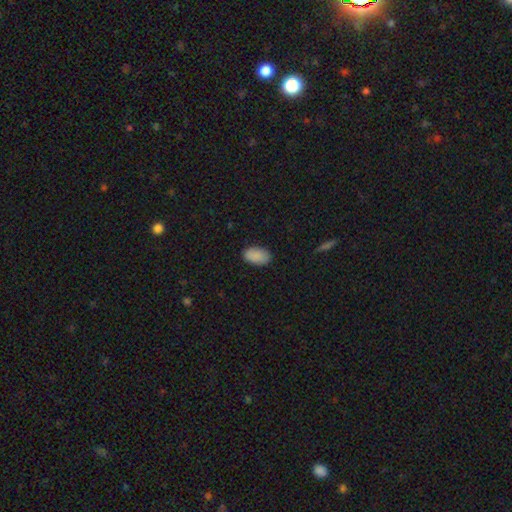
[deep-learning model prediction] A smooth galaxy with no disk features (89%) that is in between round and cigar-shaped (93%). Merging: none (86%).